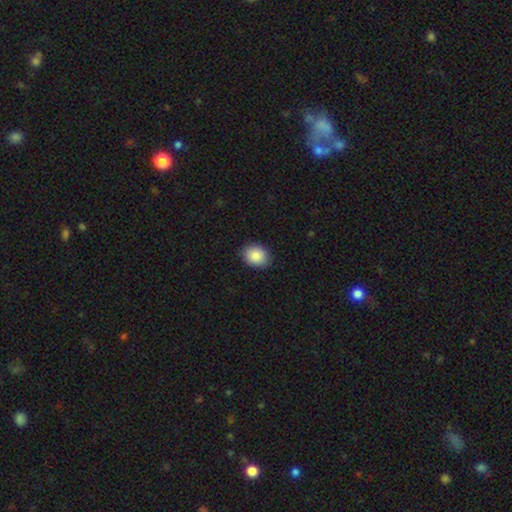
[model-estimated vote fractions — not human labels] The model was most divided on "how rounded": in between: 52%, round: 47%, cigar-shaped: 1%. More confident: smooth or featured — smooth (88%); merging — none (87%).